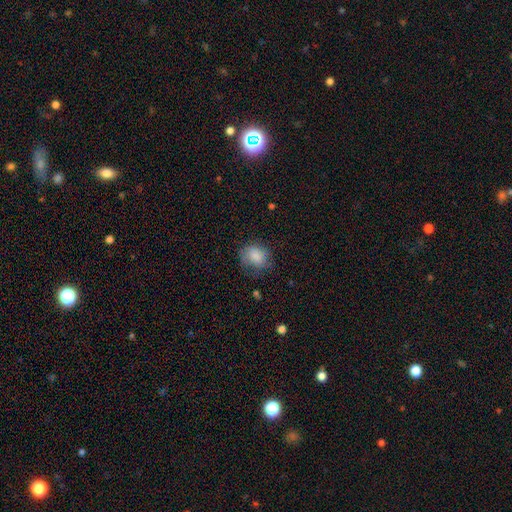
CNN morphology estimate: Smooth or featured?
  - smooth: 83% *
  - featured or disk: 9%
  - star or artifact: 8%
How rounded?
  - in between: 50% *
  - round: 49%
  - cigar-shaped: 1%
Merging?
  - none: 63% *
  - minor disturbance: 25%
  - major disturbance: 10%
  - merger: 2%